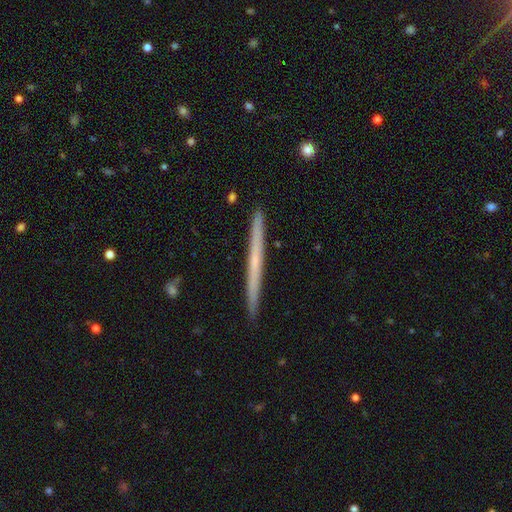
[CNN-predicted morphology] smooth_or_featured: featured or disk (p=0.59) [alt: smooth p=0.34]
disk_edge_on: yes (p=0.98) [alt: no p=0.02]
edge_on_bulge: none (p=0.76) [alt: rounded p=0.20]
merging: none (p=0.92) [alt: minor disturbance p=0.06]